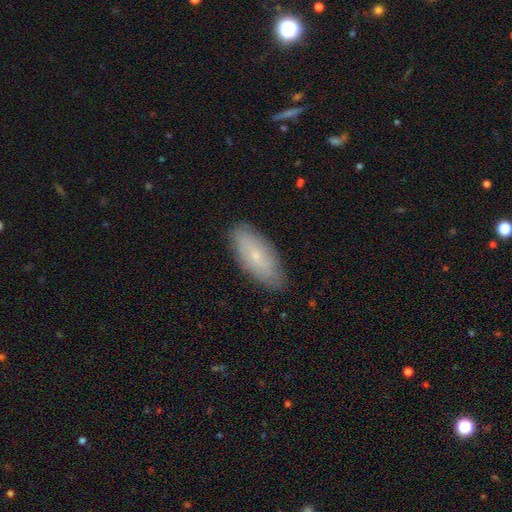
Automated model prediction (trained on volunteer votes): Smooth or featured? Predicted: smooth (p=0.63). How rounded? Predicted: in between (p=0.80). Merging? Predicted: none (p=0.83).